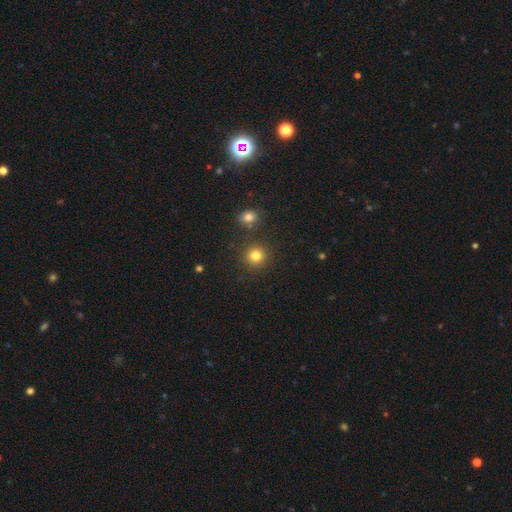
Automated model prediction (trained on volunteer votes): A smooth galaxy with no disk features (82%) that is round (92%). Merging: none (86%).